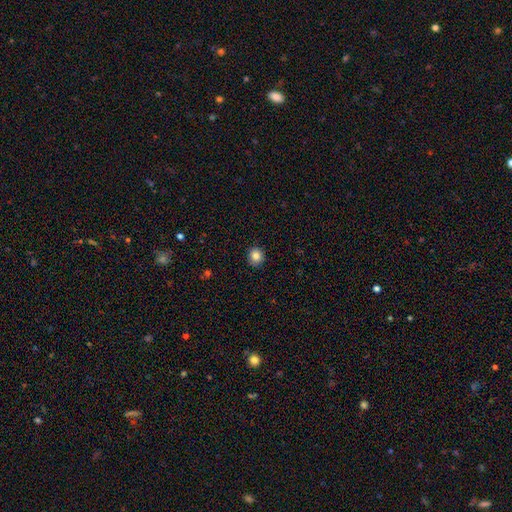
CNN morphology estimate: Smooth or featured? Predicted: smooth (p=0.84). How rounded? Predicted: round (p=0.86). Merging? Predicted: none (p=0.89).